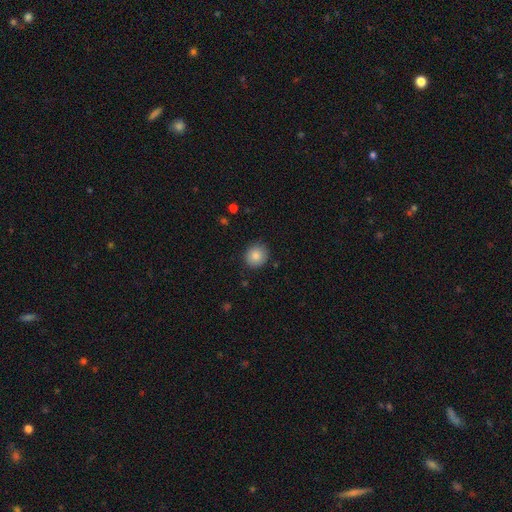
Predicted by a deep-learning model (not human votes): A smooth galaxy with no disk features (85%) that is round (84%). Merging: none (86%).